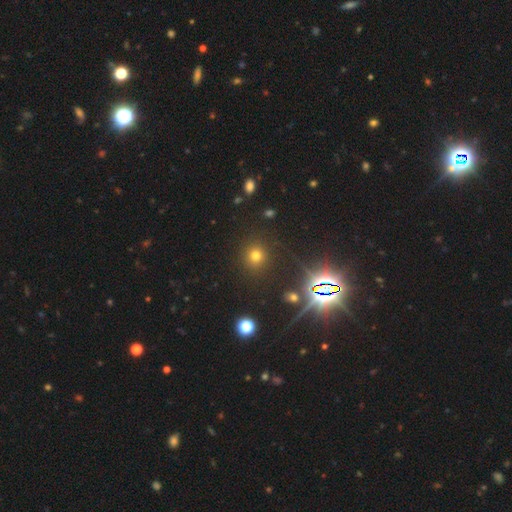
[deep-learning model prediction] This appears to be a smooth galaxy with no disk features (68%) that is round (90%). Merging: none (88%).